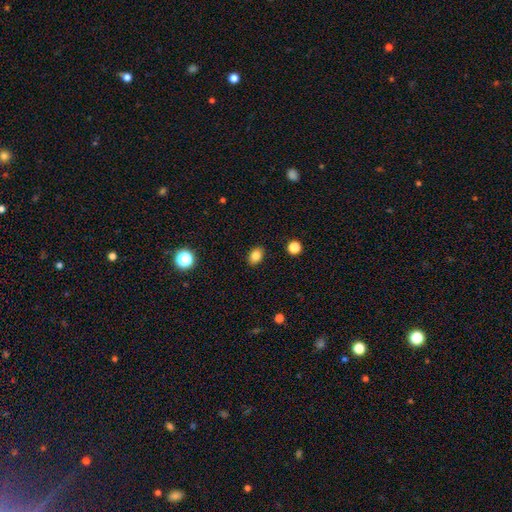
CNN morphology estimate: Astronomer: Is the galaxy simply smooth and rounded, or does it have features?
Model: smooth — 83%.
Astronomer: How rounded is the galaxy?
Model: in between — 70%.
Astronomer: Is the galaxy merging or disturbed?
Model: none — 89%.